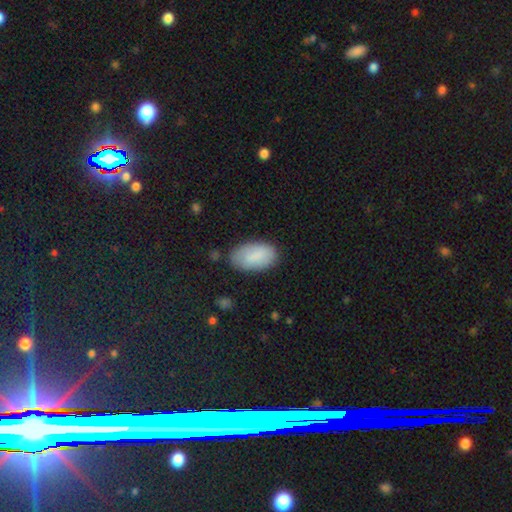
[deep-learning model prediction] A smooth galaxy with no disk features (83%) that is in between round and cigar-shaped (95%).

Vote fractions:
- Smooth or featured? smooth: 83% / featured or disk: 11% / star or artifact: 6%
- How rounded? in between: 95% / round: 3% / cigar-shaped: 2%
- Merging? none: 76% / minor disturbance: 18% / major disturbance: 4% / merger: 2%